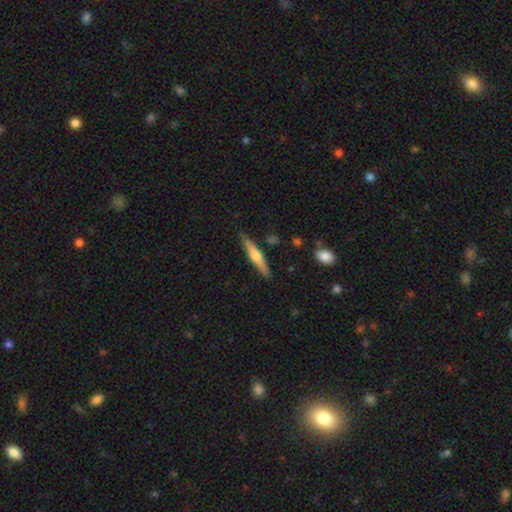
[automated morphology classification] A featured or disk galaxy (51%) viewed edge-on (96%). Merging: none (87%).